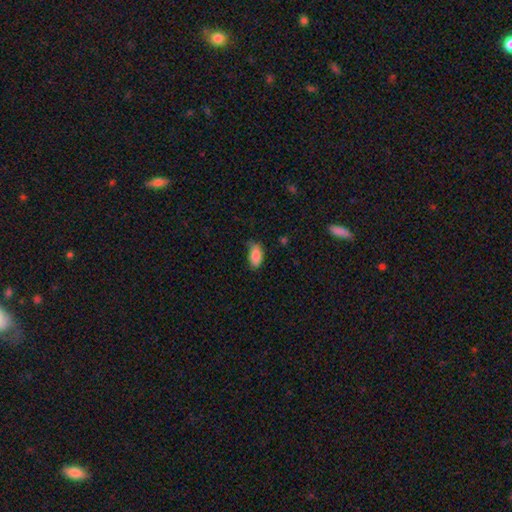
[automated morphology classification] Q: Smooth or featured?
A: smooth (87%); runner-up: star or artifact (7%)
Q: How rounded?
A: in between (92%); runner-up: cigar-shaped (5%)
Q: Merging?
A: none (63%); runner-up: minor disturbance (30%)